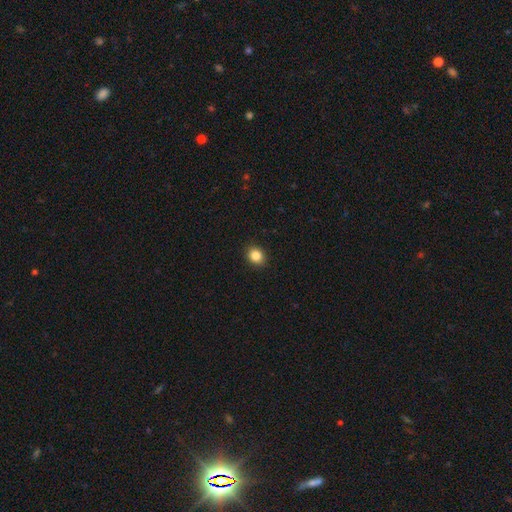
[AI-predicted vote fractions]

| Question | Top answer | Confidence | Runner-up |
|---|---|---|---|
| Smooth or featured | smooth | 85% | star or artifact (10%) |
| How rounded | round | 67% | in between (32%) |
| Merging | none | 91% | minor disturbance (7%) |